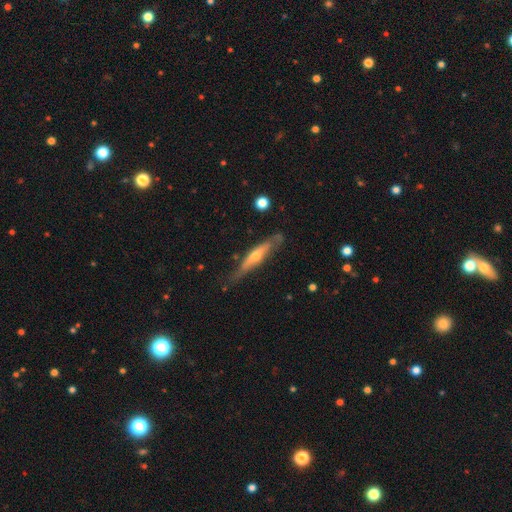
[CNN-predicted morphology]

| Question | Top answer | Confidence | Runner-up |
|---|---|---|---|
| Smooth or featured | featured or disk | 67% | smooth (28%) |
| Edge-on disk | yes | 89% | no (11%) |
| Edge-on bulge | rounded | 83% | none (12%) |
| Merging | none | 70% | minor disturbance (22%) |